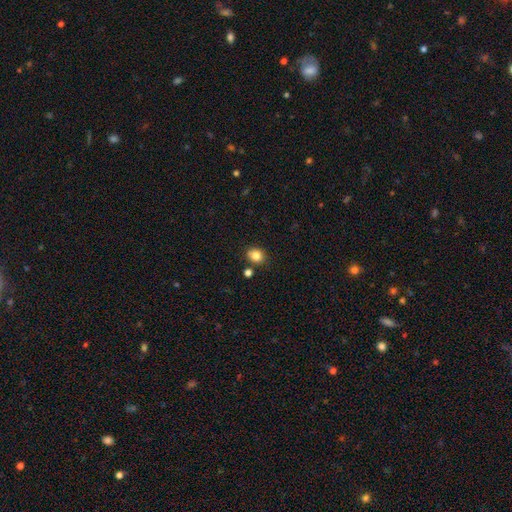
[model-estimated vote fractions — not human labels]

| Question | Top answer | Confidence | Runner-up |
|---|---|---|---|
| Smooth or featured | smooth | 83% | star or artifact (11%) |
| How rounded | round | 65% | in between (34%) |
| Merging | none | 80% | minor disturbance (11%) |